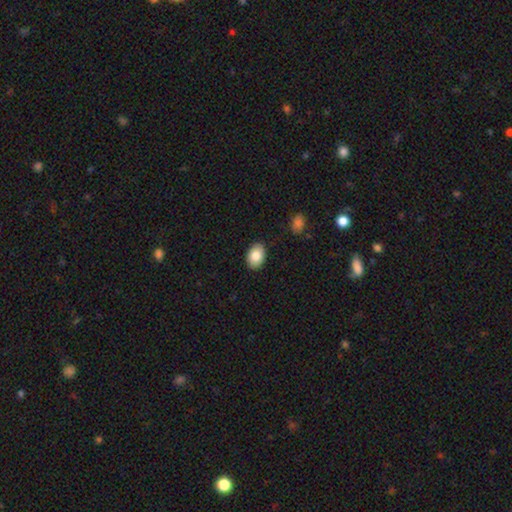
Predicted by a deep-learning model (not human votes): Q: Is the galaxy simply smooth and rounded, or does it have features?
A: smooth — 84%.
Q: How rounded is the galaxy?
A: in between — 85%.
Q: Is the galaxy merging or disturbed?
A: none — 88%.